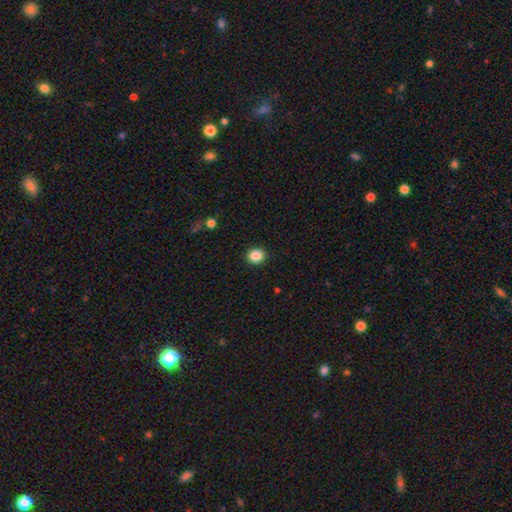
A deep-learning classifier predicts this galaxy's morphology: A smooth galaxy with no disk features (86%) that is round (76%). Merging: none (92%).